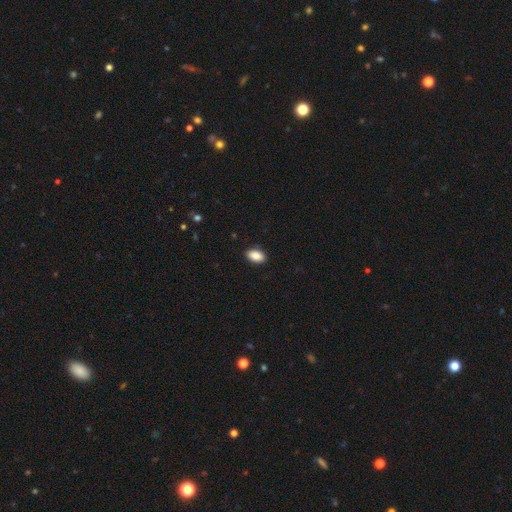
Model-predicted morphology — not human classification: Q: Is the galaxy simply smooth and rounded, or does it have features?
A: smooth — 89%.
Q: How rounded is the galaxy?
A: in between — 92%.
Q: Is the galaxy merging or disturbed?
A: none — 90%.